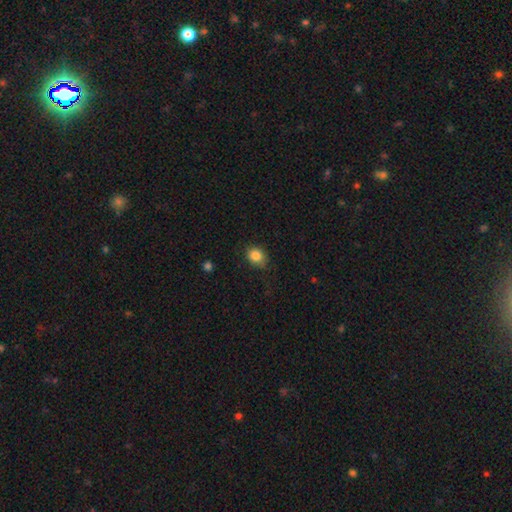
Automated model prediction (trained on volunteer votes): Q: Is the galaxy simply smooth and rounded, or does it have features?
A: smooth — 85%.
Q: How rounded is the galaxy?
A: round — 56%.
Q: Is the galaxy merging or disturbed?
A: none — 77%.